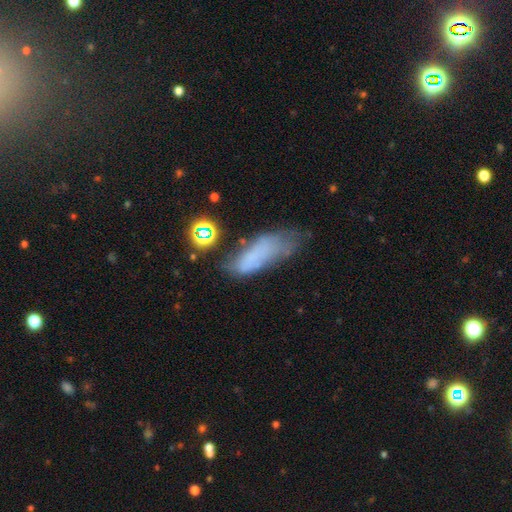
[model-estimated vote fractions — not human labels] Q: Smooth or featured?
A: smooth (60%); runner-up: featured or disk (26%)
Q: How rounded?
A: in between (61%); runner-up: cigar-shaped (36%)
Q: Merging?
A: none (36%); runner-up: minor disturbance (31%)